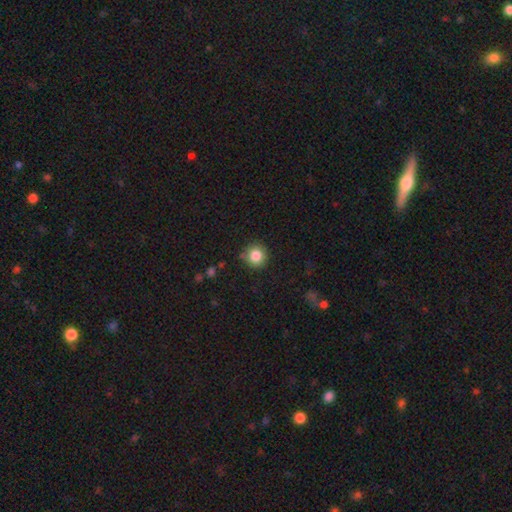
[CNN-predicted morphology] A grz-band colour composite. It shows a smooth galaxy with no disk features (85%) that is round (93%). Merging: none (86%).